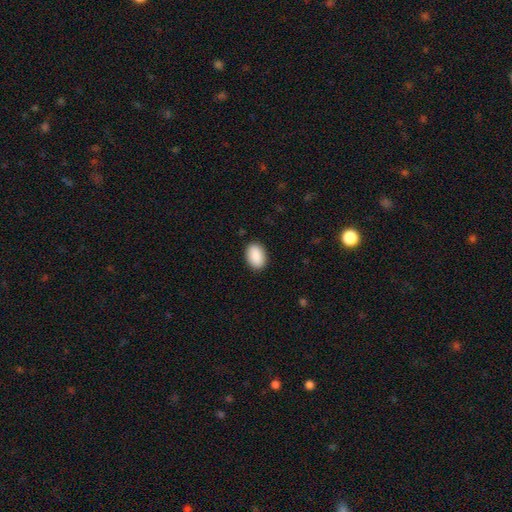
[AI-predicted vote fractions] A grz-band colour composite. It shows a smooth galaxy with no disk features (91%) that is in between round and cigar-shaped (87%). Merging: none (89%).